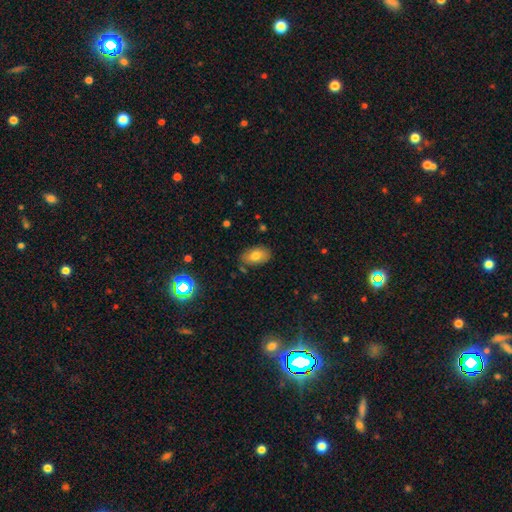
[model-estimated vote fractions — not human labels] Overall: smooth (75%). How rounded: in between (90%). Merging: none (80%).